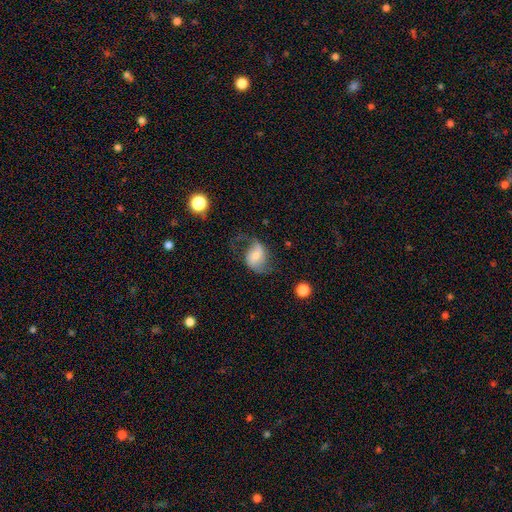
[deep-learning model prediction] Smooth or featured?
  - featured or disk: 61% *
  - smooth: 30%
  - star or artifact: 8%
Edge-on disk?
  - no: 97% *
  - yes: 3%
Bar?
  - weak: 44% *
  - no: 35%
  - strong: 21%
Spiral arms?
  - yes: 89% *
  - no: 11%
Spiral winding?
  - loose: 66% *
  - medium: 27%
  - tight: 7%
Spiral arm count?
  - 2: 83% *
  - 1: 9%
  - can't tell: 5%
  - 3: 1%
  - 4: 1%
  - more than 4: 1%
Bulge size?
  - moderate: 40% *
  - small: 38%
  - none: 11%
  - large: 9%
  - dominant: 3%
Merging?
  - none: 48% *
  - major disturbance: 26%
  - minor disturbance: 24%
  - merger: 3%